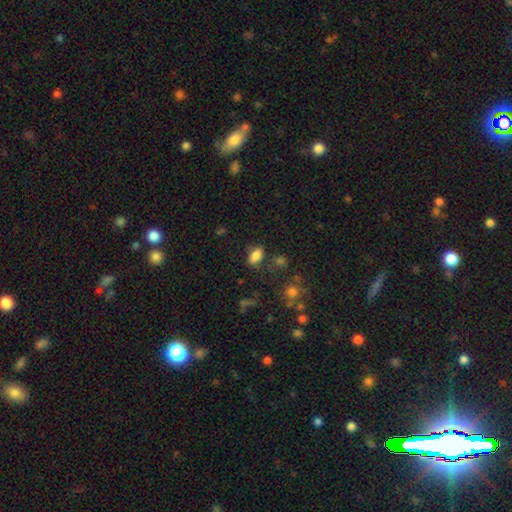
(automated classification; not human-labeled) Smooth or featured? smooth (83%)
How rounded? in between (87%)
Merging? none (76%)